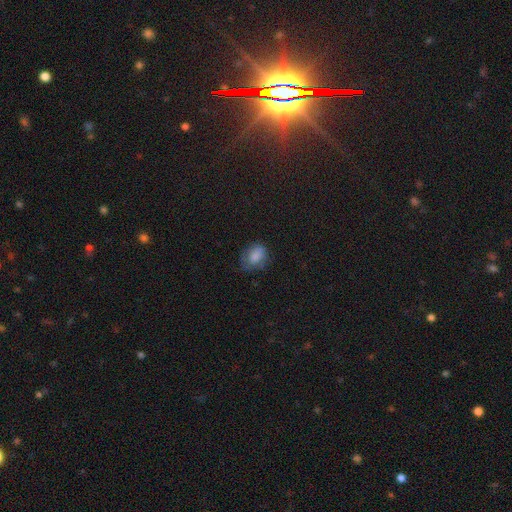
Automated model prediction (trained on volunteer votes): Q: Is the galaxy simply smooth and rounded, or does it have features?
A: smooth — 79%.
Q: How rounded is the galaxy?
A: in between — 73%.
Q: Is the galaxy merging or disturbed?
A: none — 59%.